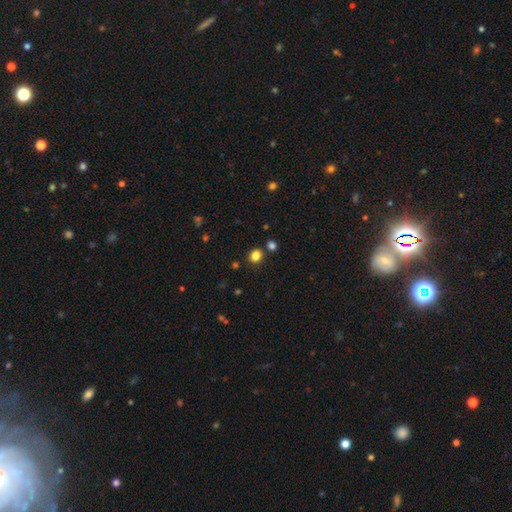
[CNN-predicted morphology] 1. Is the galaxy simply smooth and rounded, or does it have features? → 83% smooth, 13% star or artifact, 4% featured or disk.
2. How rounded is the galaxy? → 71% round, 28% in between, 1% cigar-shaped.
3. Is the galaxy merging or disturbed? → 83% none, 8% minor disturbance, 6% merger, 2% major disturbance.